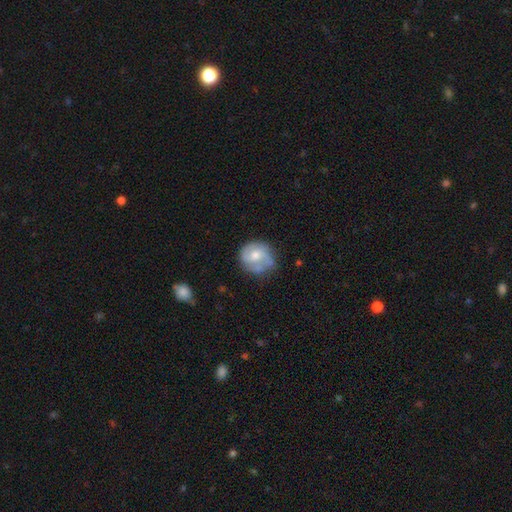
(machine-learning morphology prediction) Smooth or featured: featured or disk — 57% (smooth — 37%)
Edge-on disk: no — 98% (yes — 2%)
Bar: no — 62% (weak — 33%)
Spiral arms: yes — 82% (no — 18%)
Bulge size: moderate — 64% (small — 26%)
Merging: none — 61% (minor disturbance — 27%)